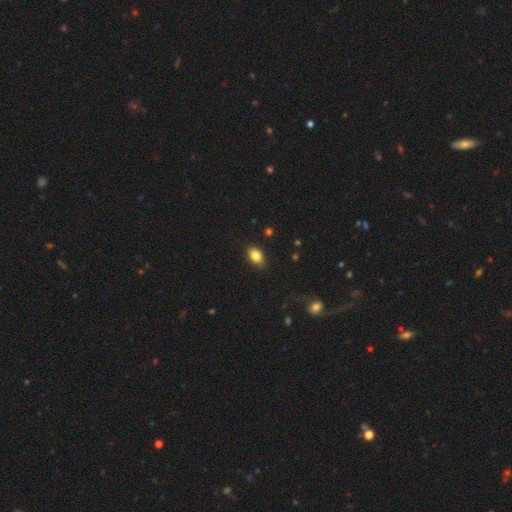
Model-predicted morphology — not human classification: This appears to be a smooth galaxy with no disk features (84%) that is in between round and cigar-shaped (84%). Merging: none (85%).